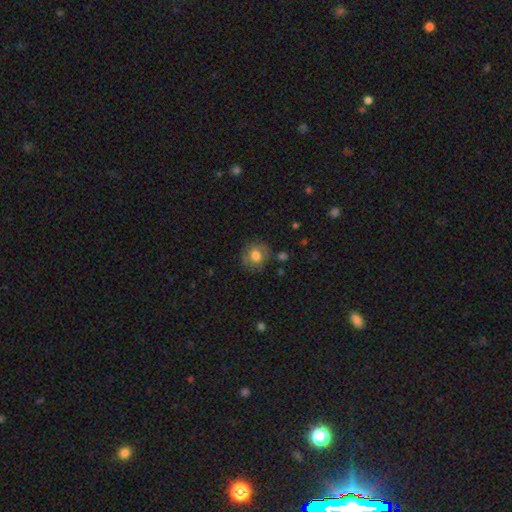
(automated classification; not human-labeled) This is likely a smooth galaxy (69%). How rounded: likely round (76%). Merging: likely none (75%).